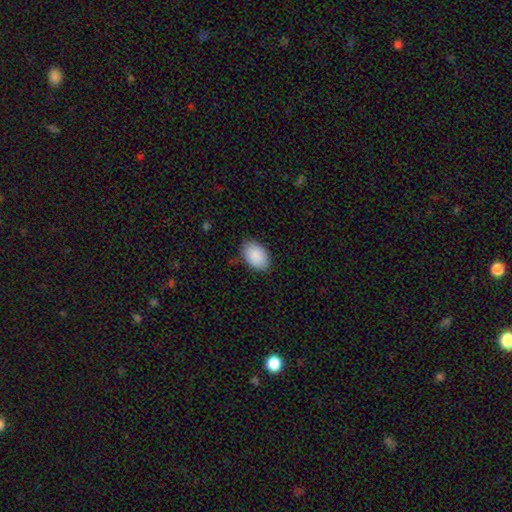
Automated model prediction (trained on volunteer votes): smooth 90%, star or artifact 6%, featured or disk 4%. Down the decision tree: how rounded — in between (90%); merging — none (80%).